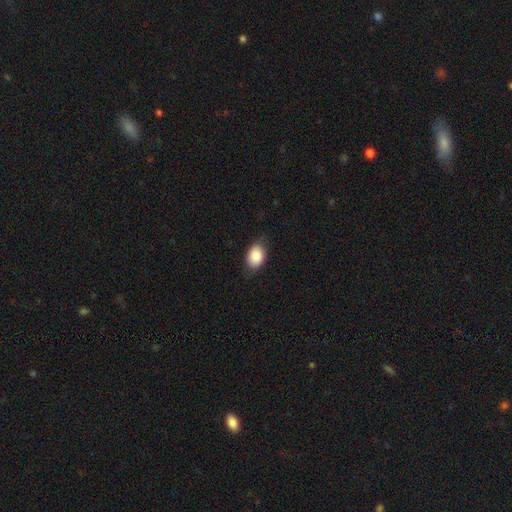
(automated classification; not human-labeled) smooth_or_featured: smooth (p=0.85) [alt: featured or disk p=0.08]
how_rounded: in between (p=0.80) [alt: round p=0.19]
merging: none (p=0.76) [alt: minor disturbance p=0.19]